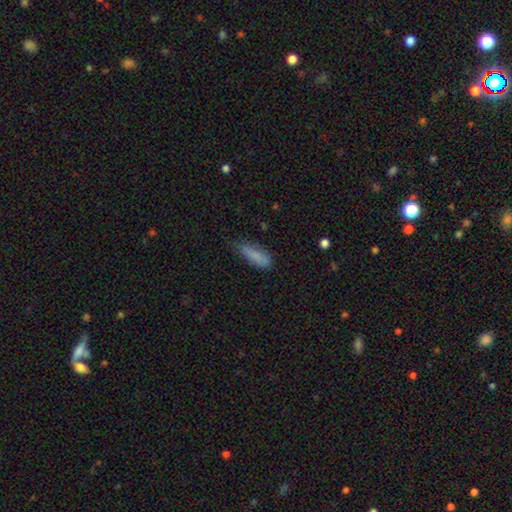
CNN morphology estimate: type=smooth (83%); roundness=in between (50%); merging=none (57%).